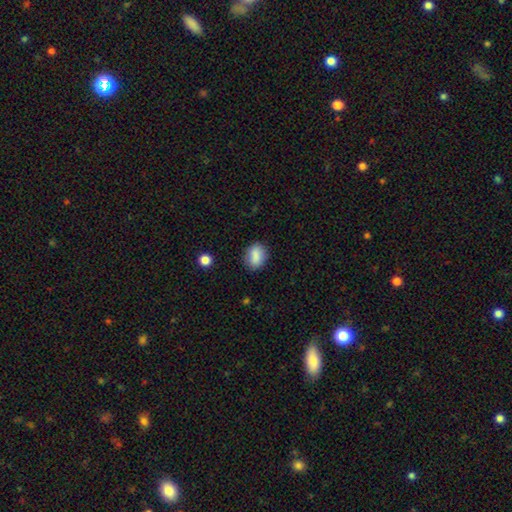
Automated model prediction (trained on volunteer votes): The model was most divided on "how rounded": in between: 68%, round: 30%, cigar-shaped: 2%. More confident: smooth or featured — smooth (86%); merging — none (81%).